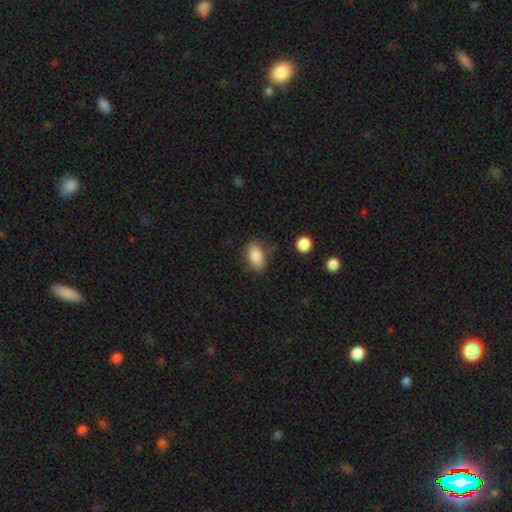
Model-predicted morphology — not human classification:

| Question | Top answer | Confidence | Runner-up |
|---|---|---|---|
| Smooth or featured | smooth | 84% | featured or disk (8%) |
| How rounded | in between | 89% | round (8%) |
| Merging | none | 74% | minor disturbance (19%) |